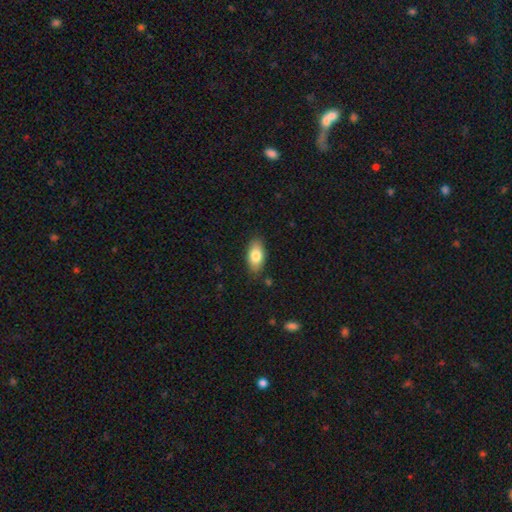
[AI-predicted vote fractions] smooth-or-featured: smooth: 80% | featured or disk: 13% | star or artifact: 7%
  how-rounded: in between: 90% | cigar-shaped: 6% | round: 4%
  merging: none: 84% | minor disturbance: 12% | major disturbance: 2% | merger: 1%